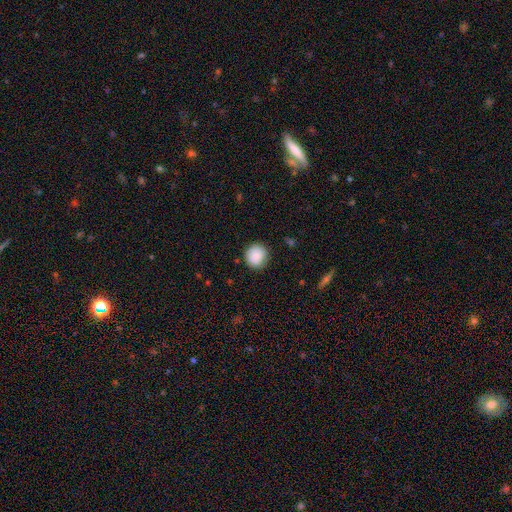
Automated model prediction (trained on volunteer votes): smooth 89%, star or artifact 8%, featured or disk 3%. Down the decision tree: how rounded — round (90%); merging — none (87%).